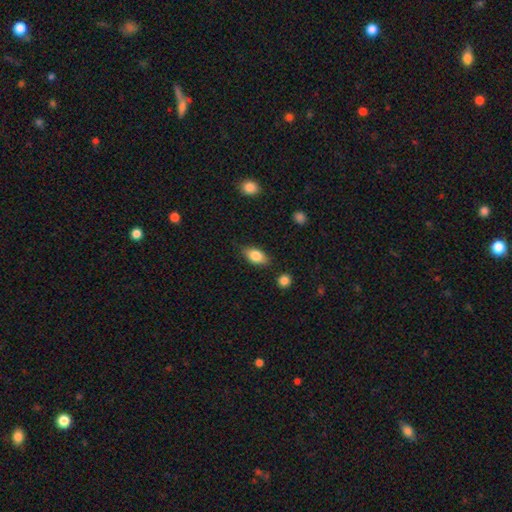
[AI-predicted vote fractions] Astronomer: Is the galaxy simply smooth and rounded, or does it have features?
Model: smooth — 81%.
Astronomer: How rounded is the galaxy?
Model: in between — 87%.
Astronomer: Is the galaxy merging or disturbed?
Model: none — 82%.